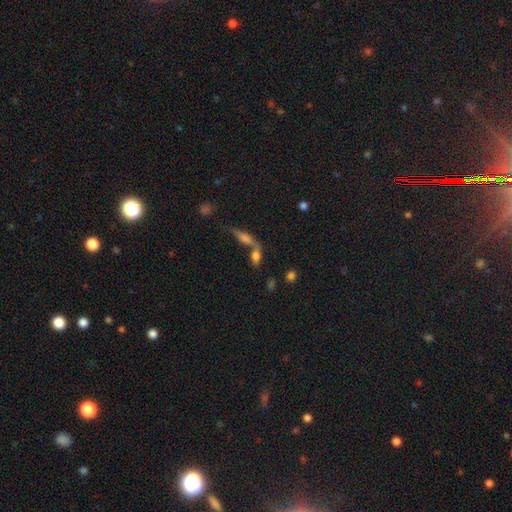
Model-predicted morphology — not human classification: Smooth or featured? Predicted: smooth (p=0.68). How rounded? Predicted: in between (p=0.70). Merging? Predicted: merger (p=0.52).